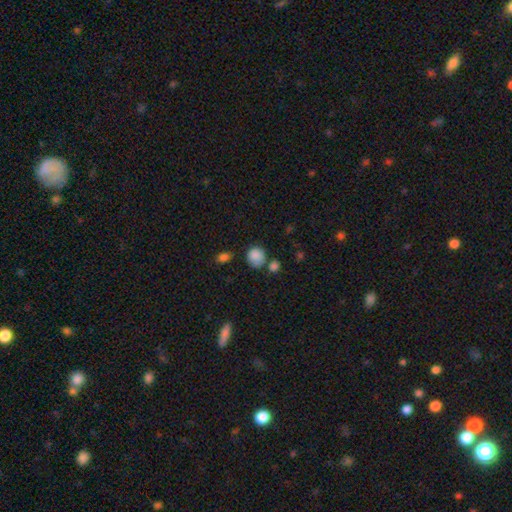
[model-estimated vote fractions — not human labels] A smooth galaxy with no disk features (85%) that is round (78%).

Vote fractions:
- Smooth or featured? smooth: 85% / star or artifact: 9% / featured or disk: 5%
- How rounded? round: 78% / in between: 21% / cigar-shaped: 1%
- Merging? none: 61% / minor disturbance: 20% / merger: 13% / major disturbance: 6%